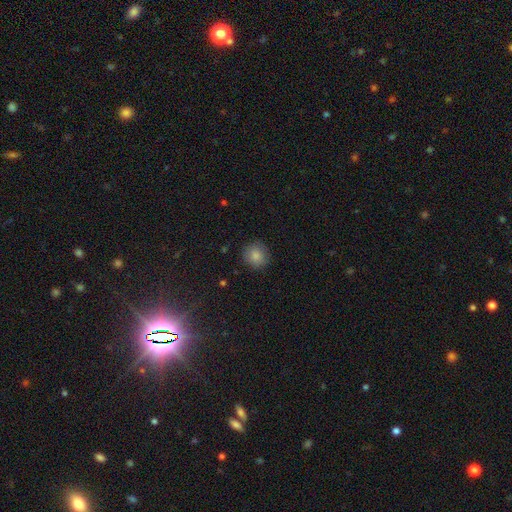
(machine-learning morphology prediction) type=smooth (85%); roundness=round (88%); merging=none (85%).